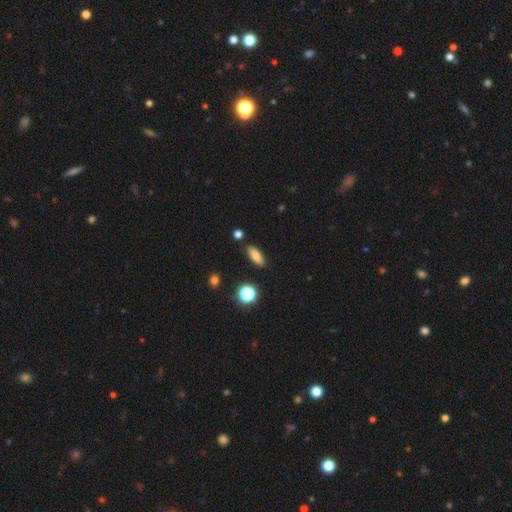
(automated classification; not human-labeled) Q: Smooth or featured?
A: smooth (81%); runner-up: star or artifact (10%)
Q: How rounded?
A: in between (70%); runner-up: cigar-shaped (25%)
Q: Merging?
A: none (86%); runner-up: minor disturbance (9%)